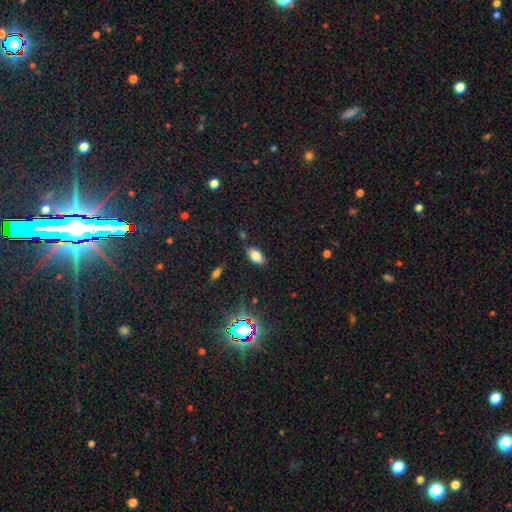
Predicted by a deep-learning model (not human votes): smooth 80%, star or artifact 13%, featured or disk 8%. Down the decision tree: how rounded — in between (92%); merging — none (83%).